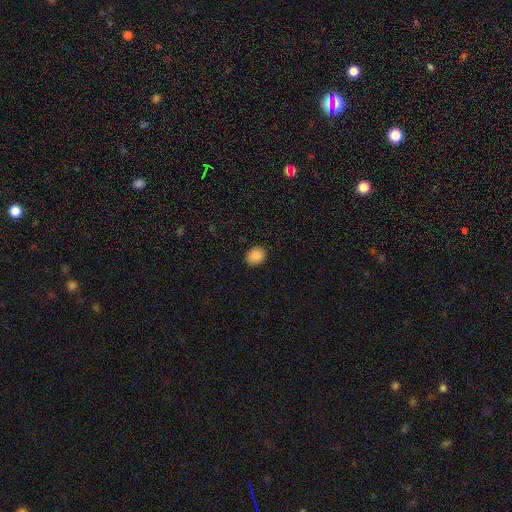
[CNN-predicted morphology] A smooth galaxy with no disk features (89%) that is round (56%). Merging: none (90%).